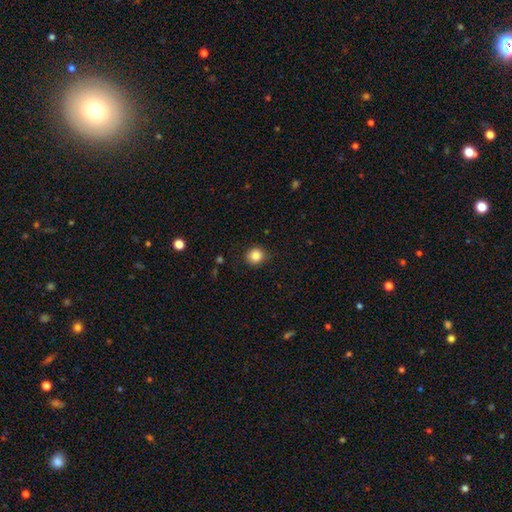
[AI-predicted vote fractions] Smooth or featured?
  - smooth: 85% *
  - star or artifact: 10%
  - featured or disk: 4%
How rounded?
  - round: 88% *
  - in between: 11%
  - cigar-shaped: 1%
Merging?
  - none: 86% *
  - minor disturbance: 10%
  - major disturbance: 2%
  - merger: 1%